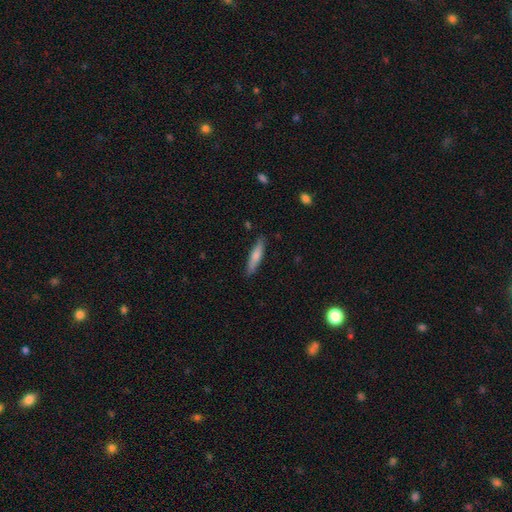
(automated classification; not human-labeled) smooth_or_featured: smooth (p=0.74) [alt: featured or disk p=0.21]
how_rounded: cigar-shaped (p=0.84) [alt: in between p=0.15]
merging: none (p=0.85) [alt: minor disturbance p=0.12]